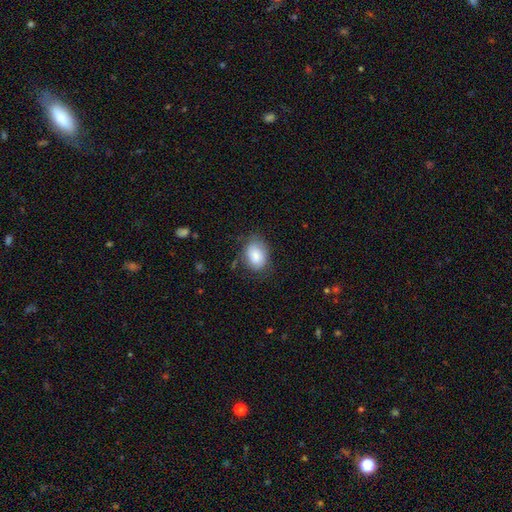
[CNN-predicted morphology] This is clearly a smooth galaxy (83%). How rounded: likely in between (79%). Merging: likely none (69%).